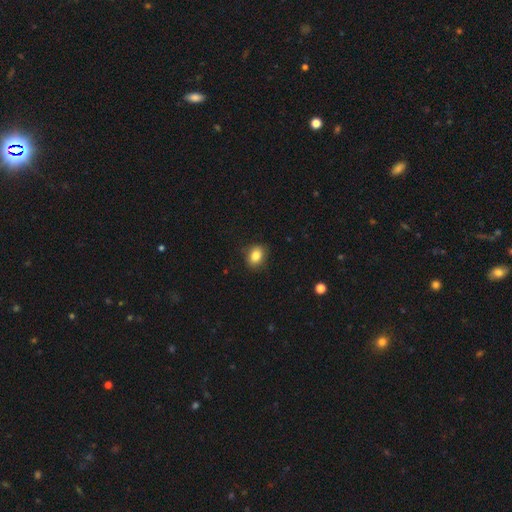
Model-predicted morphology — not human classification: This appears to be a smooth galaxy with no disk features (84%) that is in between round and cigar-shaped (54%). Merging: none (83%).